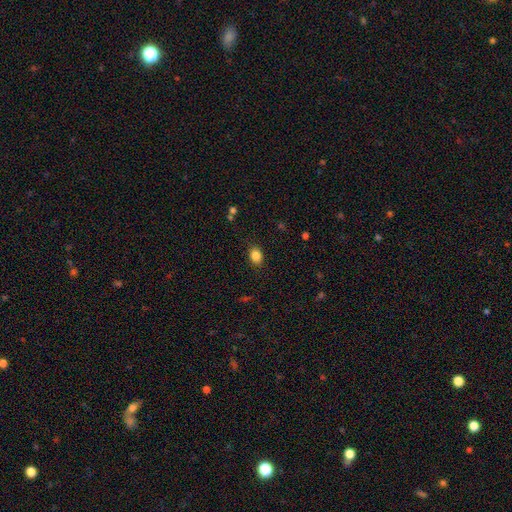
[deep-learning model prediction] Q: Smooth or featured?
A: smooth (85%); runner-up: star or artifact (10%)
Q: How rounded?
A: in between (68%); runner-up: round (31%)
Q: Merging?
A: none (86%); runner-up: minor disturbance (10%)